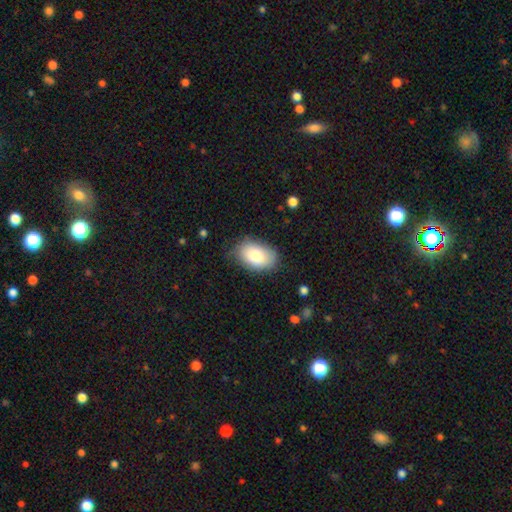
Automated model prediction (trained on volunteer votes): Smooth or featured? smooth (86%)
How rounded? in between (91%)
Merging? none (77%)